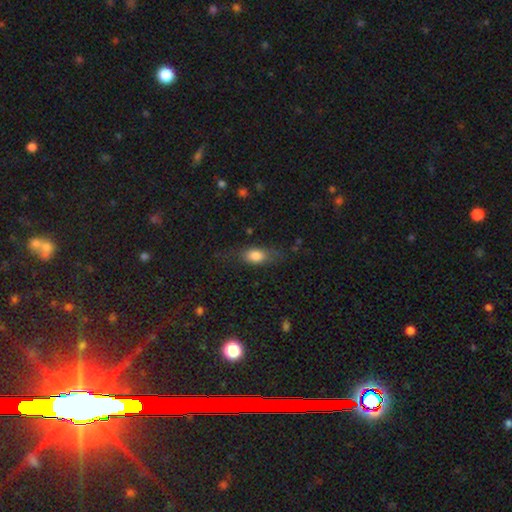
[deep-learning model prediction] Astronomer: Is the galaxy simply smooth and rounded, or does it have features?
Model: smooth — 77%.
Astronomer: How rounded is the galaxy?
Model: in between — 80%.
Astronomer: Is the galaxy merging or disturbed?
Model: none — 62%.